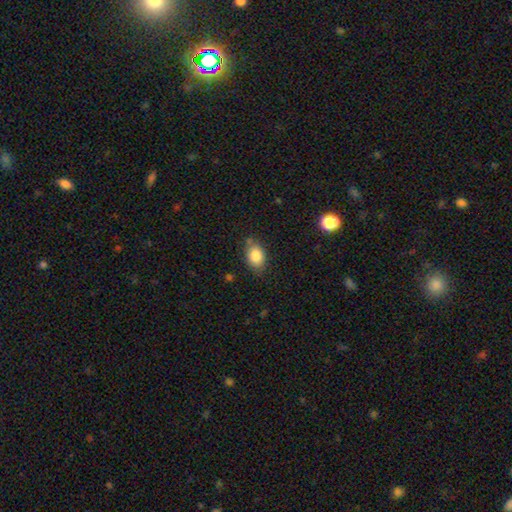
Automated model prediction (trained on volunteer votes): Overall: smooth (85%). How rounded: in between (81%). Merging: none (76%).